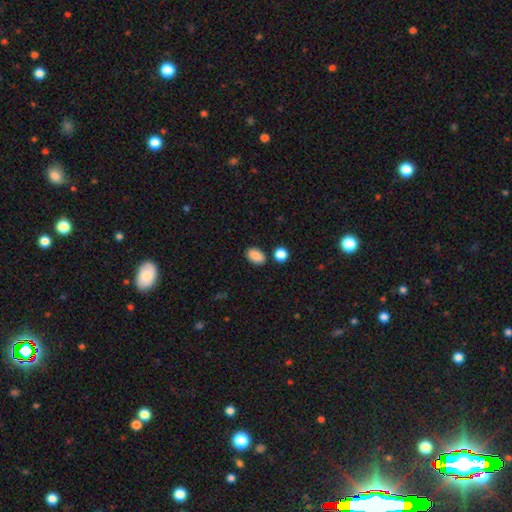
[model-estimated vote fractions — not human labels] Q: Smooth or featured?
A: smooth (87%); runner-up: star or artifact (8%)
Q: How rounded?
A: in between (87%); runner-up: round (12%)
Q: Merging?
A: none (82%); runner-up: minor disturbance (10%)